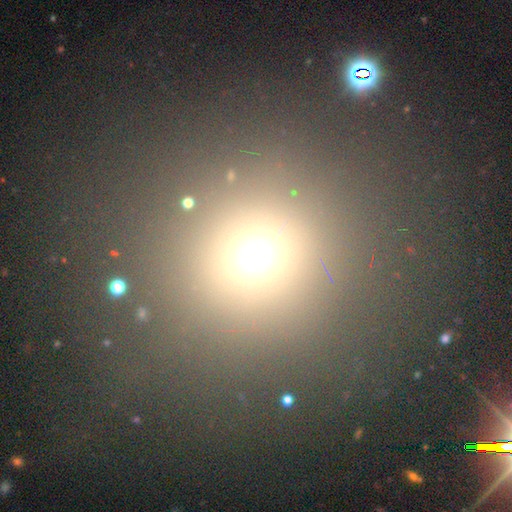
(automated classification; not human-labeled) Smooth or featured? smooth (64%)
How rounded? round (92%)
Merging? none (83%)